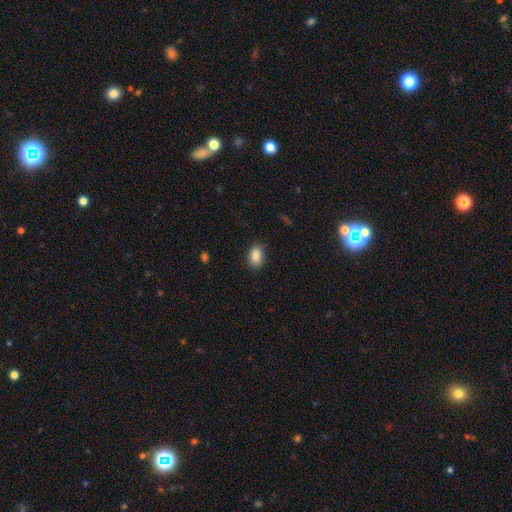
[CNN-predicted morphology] Q: Smooth or featured?
A: smooth (89%); runner-up: star or artifact (8%)
Q: How rounded?
A: in between (86%); runner-up: round (13%)
Q: Merging?
A: none (84%); runner-up: minor disturbance (13%)